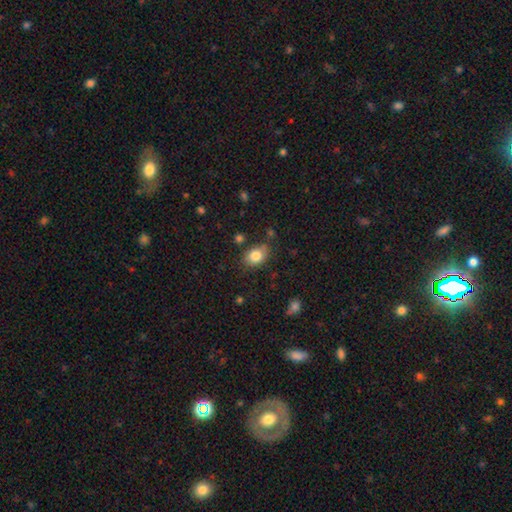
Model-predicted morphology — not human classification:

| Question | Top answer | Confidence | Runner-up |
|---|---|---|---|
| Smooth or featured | smooth | 83% | star or artifact (9%) |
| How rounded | in between | 72% | round (27%) |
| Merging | none | 75% | minor disturbance (17%) |